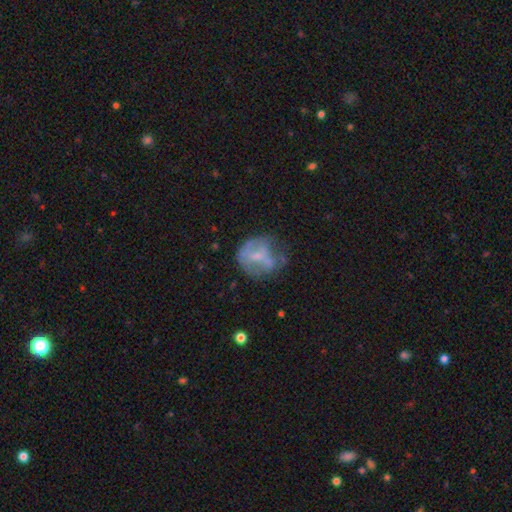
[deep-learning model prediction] Overall: featured or disk (49%; smooth 41%). Merging: none (43%; minor disturbance 26%).